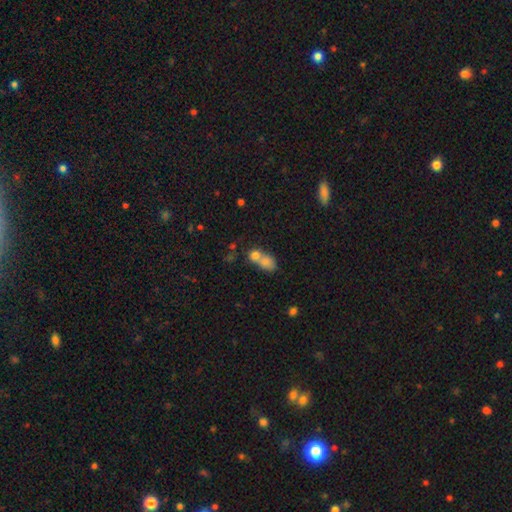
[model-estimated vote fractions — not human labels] Morphology: type=smooth (75%); roundness=in between (53%); merging=merger (63%).